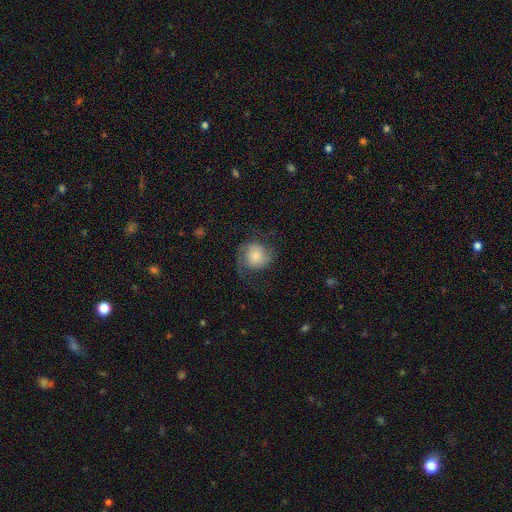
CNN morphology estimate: smooth-or-featured: featured or disk: 58% | smooth: 34% | star or artifact: 8%
  disk-edge-on: no: 97% | yes: 3%
    bar: no: 72% | weak: 23% | strong: 5%
    has-spiral-arms: yes: 92% | no: 8%
      spiral-winding: medium: 44% | loose: 36% | tight: 20%
      spiral-arm-count: 2: 83% | 1: 6% | can't tell: 6% | 3: 3% | 4: 1% | more than 4: 1%
    bulge-size: moderate: 42% | small: 32% | large: 16% | none: 5% | dominant: 5%
  merging: none: 65% | minor disturbance: 18% | major disturbance: 16% | merger: 1%